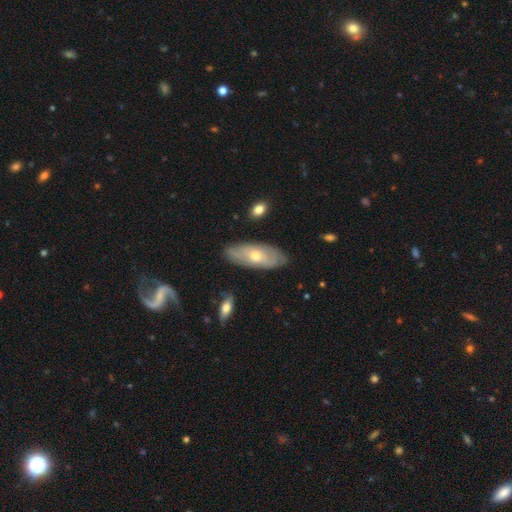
This appears to be a featured or disk galaxy (67%) with no bar (67%), tight (53%) spiral arms (62%) and a moderate central bulge (50%). Merging: none (75%).